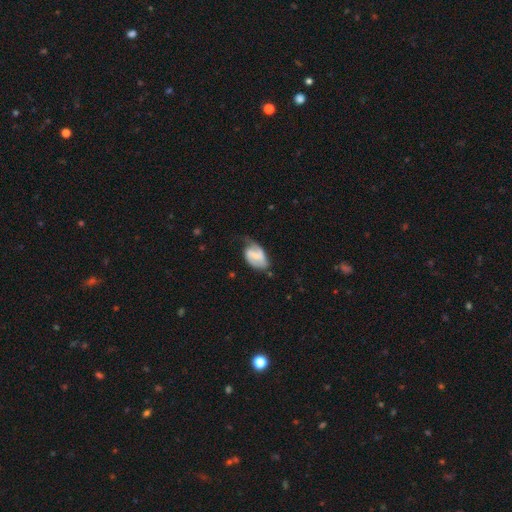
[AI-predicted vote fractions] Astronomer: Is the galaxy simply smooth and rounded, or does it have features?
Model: featured or disk — 63%.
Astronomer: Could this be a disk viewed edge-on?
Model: no — 96%.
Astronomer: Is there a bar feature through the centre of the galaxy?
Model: weak — 48% (runner-up: no, 27%).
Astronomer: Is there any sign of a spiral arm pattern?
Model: yes — 82%.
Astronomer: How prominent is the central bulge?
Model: small — 50% (runner-up: moderate, 33%).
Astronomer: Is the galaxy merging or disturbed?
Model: none — 39% (runner-up: minor disturbance, 36%).